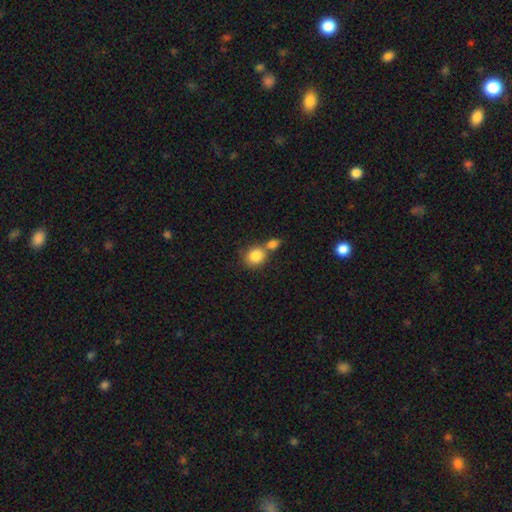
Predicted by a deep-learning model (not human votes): Overall: smooth (84%). How rounded: round (79%). Merging: merger (46%; none 42%).